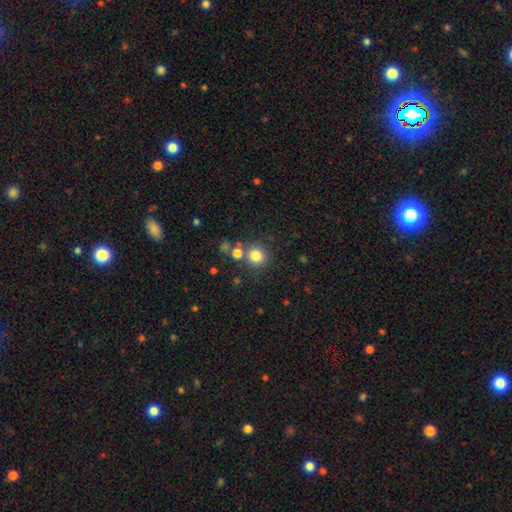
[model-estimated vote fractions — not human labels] A smooth galaxy with no disk features (80%) that is round (89%).

Vote fractions:
- Smooth or featured? smooth: 80% / star or artifact: 13% / featured or disk: 7%
- How rounded? round: 89% / in between: 10% / cigar-shaped: 1%
- Merging? none: 74% / merger: 14% / minor disturbance: 9% / major disturbance: 4%